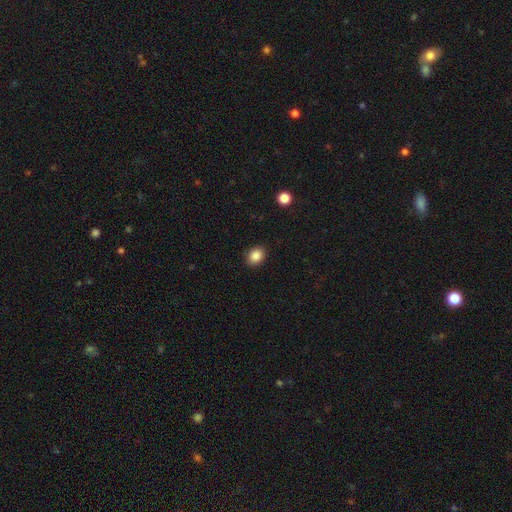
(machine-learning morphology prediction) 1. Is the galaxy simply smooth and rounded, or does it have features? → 87% smooth, 9% star or artifact, 4% featured or disk.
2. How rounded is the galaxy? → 56% in between, 43% round, 1% cigar-shaped.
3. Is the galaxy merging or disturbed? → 89% none, 8% minor disturbance, 2% major disturbance, 1% merger.